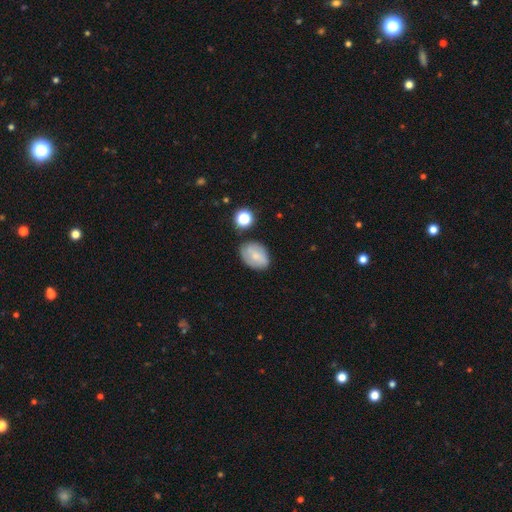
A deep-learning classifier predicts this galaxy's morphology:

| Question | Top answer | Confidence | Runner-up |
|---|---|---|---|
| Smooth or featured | smooth | 65% | featured or disk (25%) |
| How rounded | in between | 76% | round (23%) |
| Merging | none | 68% | minor disturbance (21%) |